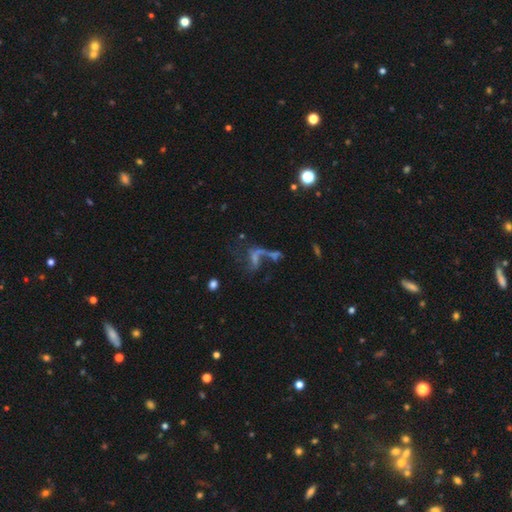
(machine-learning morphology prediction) A featured or disk galaxy (50%).

Vote fractions:
- Smooth or featured? featured or disk: 50% / star or artifact: 25% / smooth: 25%
- Merging? merger: 31% / none: 30% / major disturbance: 27% / minor disturbance: 12%